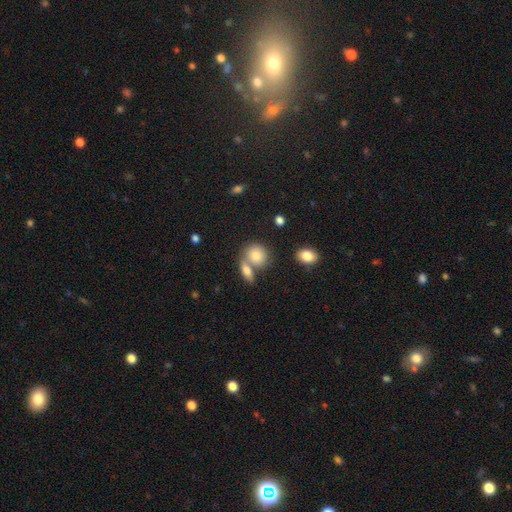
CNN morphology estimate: This appears to be a smooth galaxy with no disk features (79%) that is round (64%). Merging: none (44%).